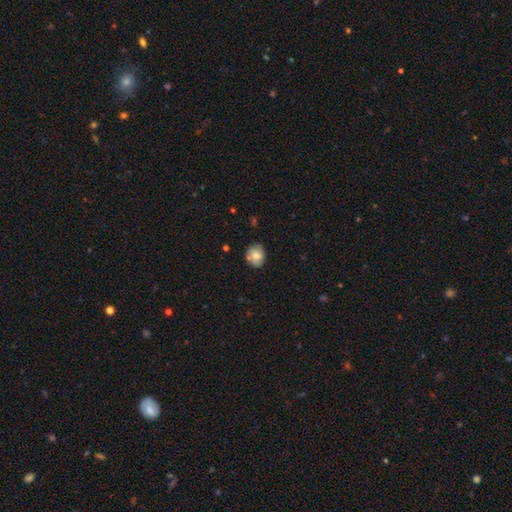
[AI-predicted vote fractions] smooth-or-featured: smooth: 72% | featured or disk: 20% | star or artifact: 9%
  how-rounded: round: 61% | in between: 38% | cigar-shaped: 1%
  merging: none: 69% | minor disturbance: 22% | merger: 5% | major disturbance: 4%